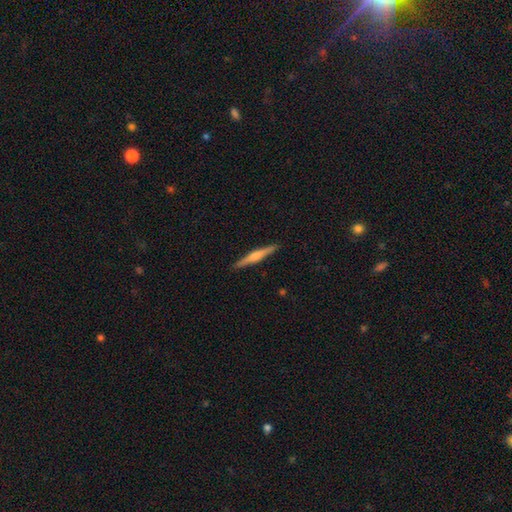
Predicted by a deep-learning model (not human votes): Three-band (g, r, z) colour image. It shows a featured or disk galaxy (57%) viewed edge-on (98%) with a rounded central bulge (66%). Merging: none (91%).